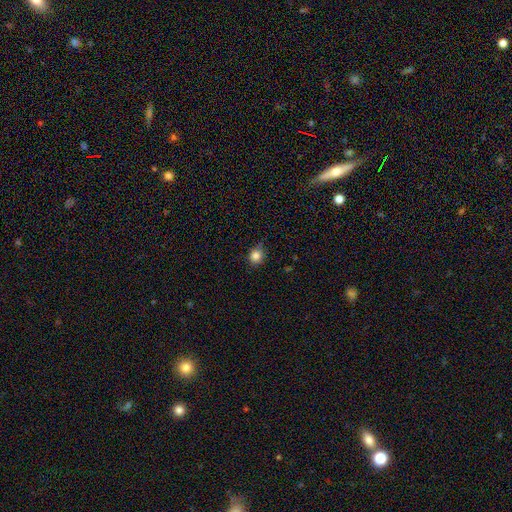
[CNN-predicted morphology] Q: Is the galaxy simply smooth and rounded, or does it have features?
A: smooth — 84%.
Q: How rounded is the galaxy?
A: round — 80%.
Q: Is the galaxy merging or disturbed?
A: none — 74%.